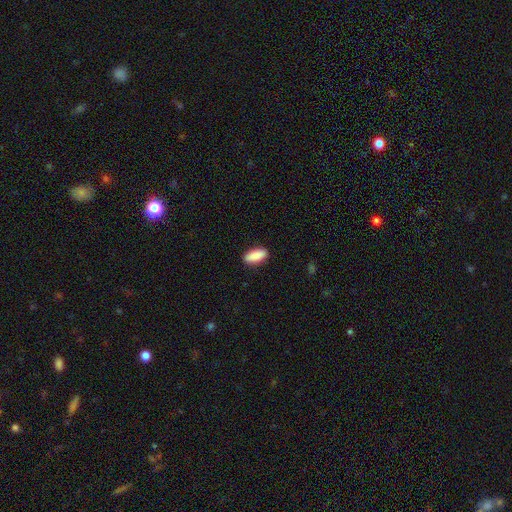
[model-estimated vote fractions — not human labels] Q: Smooth or featured?
A: smooth (90%); runner-up: star or artifact (6%)
Q: How rounded?
A: in between (84%); runner-up: cigar-shaped (13%)
Q: Merging?
A: none (89%); runner-up: minor disturbance (8%)